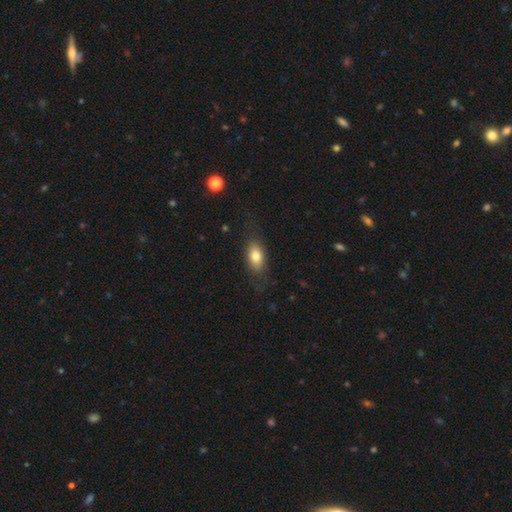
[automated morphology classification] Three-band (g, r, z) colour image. It shows a smooth galaxy with no disk features (76%) that is in between round and cigar-shaped (86%). Merging: none (73%).